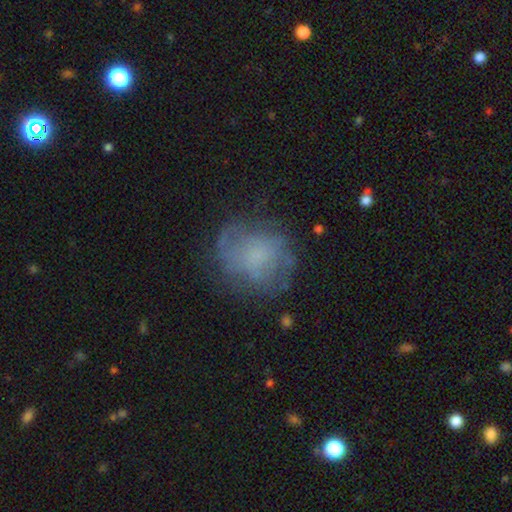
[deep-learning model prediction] This appears to be a smooth galaxy with no disk features (45%). Merging: none (63%).